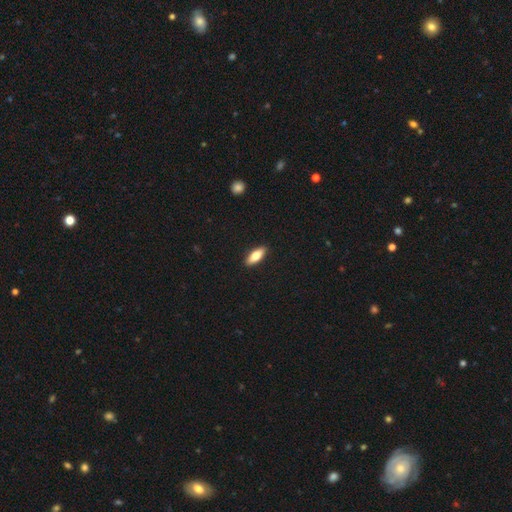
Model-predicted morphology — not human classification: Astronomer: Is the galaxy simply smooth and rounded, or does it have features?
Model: smooth — 75%.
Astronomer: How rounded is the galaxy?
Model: in between — 67%.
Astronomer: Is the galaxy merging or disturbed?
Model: none — 90%.